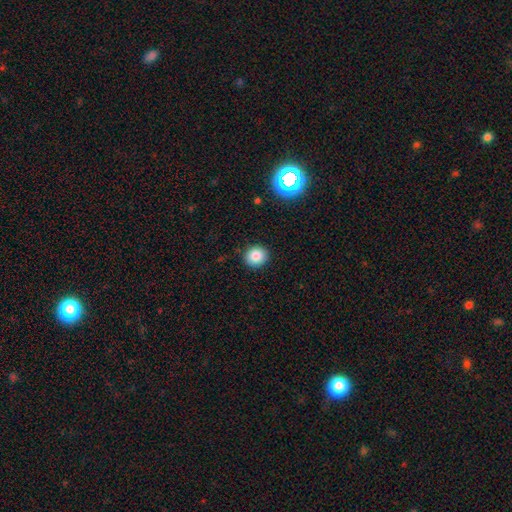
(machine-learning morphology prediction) Smooth or featured? smooth (83%)
How rounded? round (86%)
Merging? none (91%)